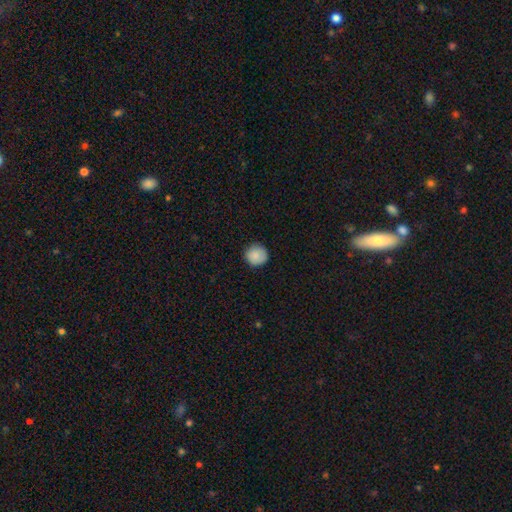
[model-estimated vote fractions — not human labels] smooth-or-featured: smooth: 87% | star or artifact: 8% | featured or disk: 5%
  how-rounded: round: 94% | in between: 5% | cigar-shaped: 1%
  merging: none: 87% | minor disturbance: 10% | major disturbance: 2% | merger: 1%